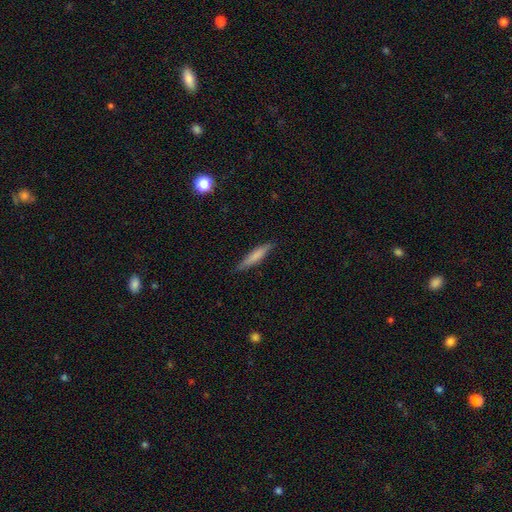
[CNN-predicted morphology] smooth 70%, featured or disk 24%, star or artifact 6%. Down the decision tree: how rounded — cigar-shaped (90%); merging — none (86%).